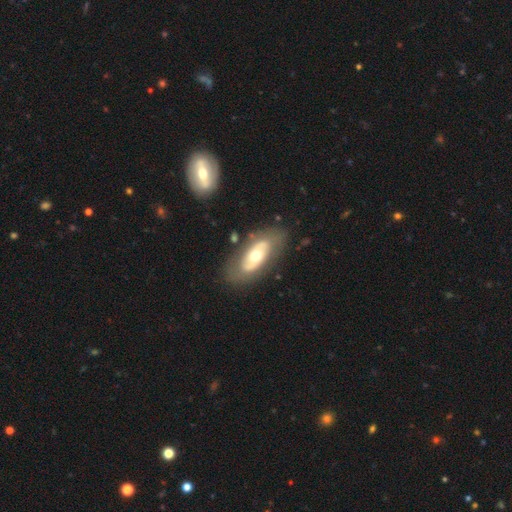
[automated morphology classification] Smooth or featured? Predicted: featured or disk (p=0.59). Edge-on disk? Predicted: no (p=0.87). Bar? Predicted: no (p=0.80). Spiral arms? Predicted: no (p=0.65). Bulge size? Predicted: moderate (p=0.71). Merging? Predicted: none (p=0.76).